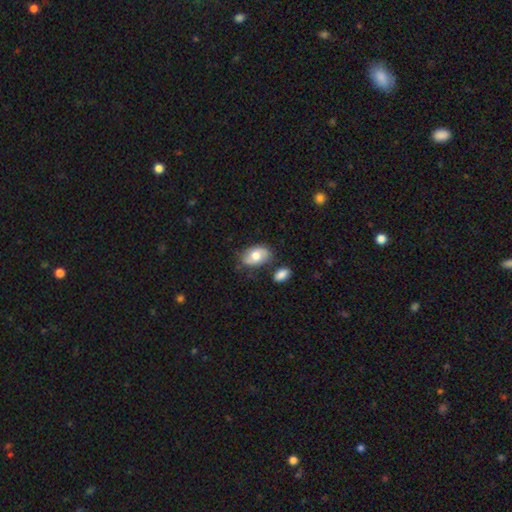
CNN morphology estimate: type=smooth (67%); roundness=in between (89%); merging=none (69%).